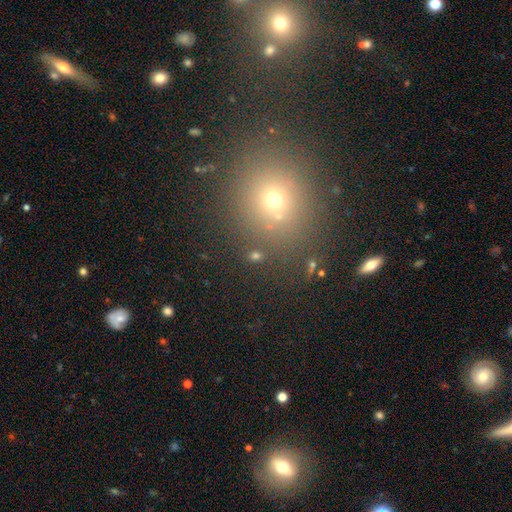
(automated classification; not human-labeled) The model was most divided on "how rounded": round: 56%, in between: 41%, cigar-shaped: 3%. More confident: merging — none (78%); smooth or featured — smooth (63%).